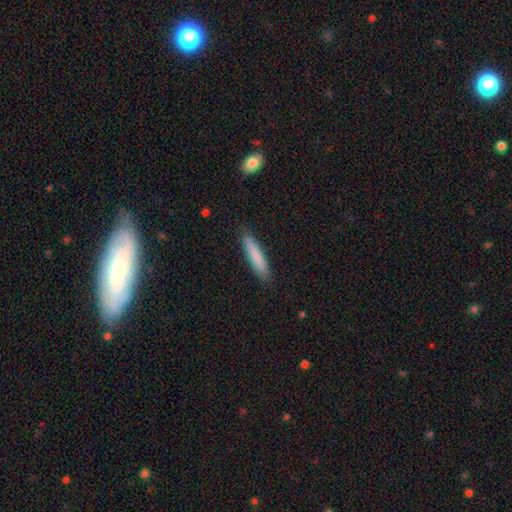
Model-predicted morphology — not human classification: Smooth or featured?
  - smooth: 83% *
  - featured or disk: 11%
  - star or artifact: 6%
How rounded?
  - cigar-shaped: 89% *
  - in between: 10%
  - round: 1%
Merging?
  - none: 88% *
  - minor disturbance: 9%
  - major disturbance: 2%
  - merger: 1%